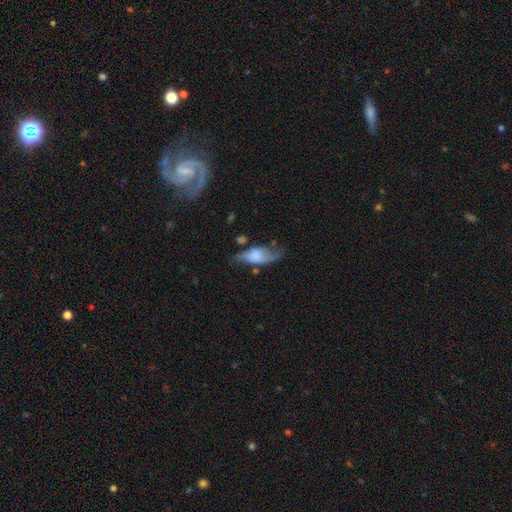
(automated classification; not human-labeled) Smooth or featured? smooth (51%)
How rounded? in between (83%)
Merging? none (41%)